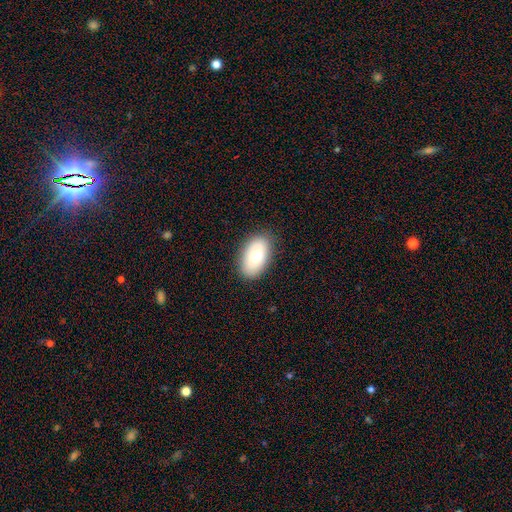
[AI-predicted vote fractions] A smooth galaxy with no disk features (71%) that is in between round and cigar-shaped (93%). Merging: none (84%).